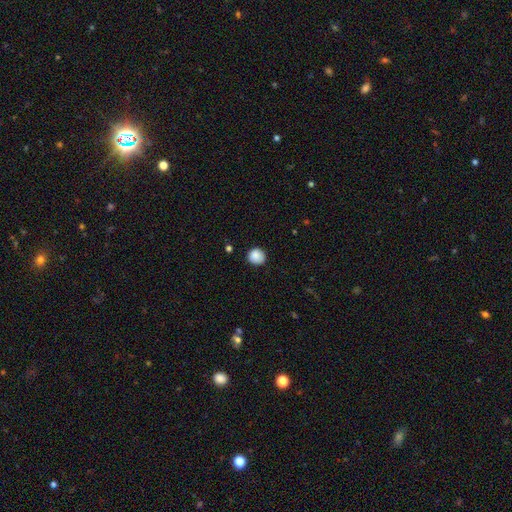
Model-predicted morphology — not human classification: Smooth or featured? Predicted: smooth (p=0.88). How rounded? Predicted: round (p=0.90). Merging? Predicted: none (p=0.86).